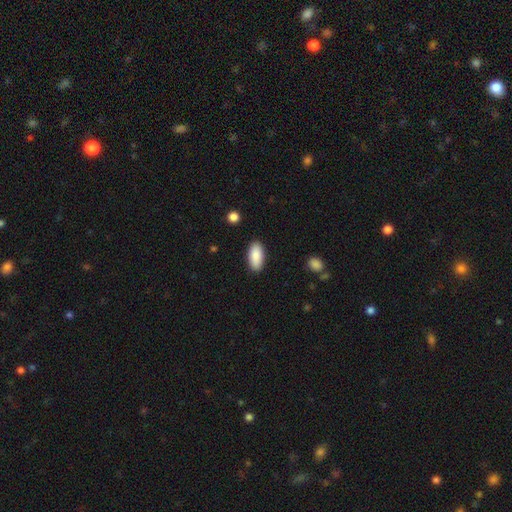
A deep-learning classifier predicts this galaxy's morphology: A smooth galaxy with no disk features (88%) that is in between round and cigar-shaped (90%). Merging: none (89%).